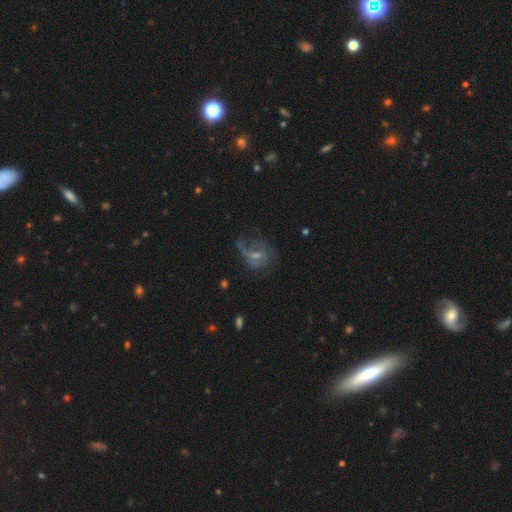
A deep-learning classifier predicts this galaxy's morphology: Overall: featured or disk (59%; smooth 24%). Edge-on disk: no (96%). Bar: no (51%; weak 40%). Spiral arms: yes (69%; no 31%). Bulge size: small (55%; moderate 33%). Merging: none (44%; major disturbance 30%).